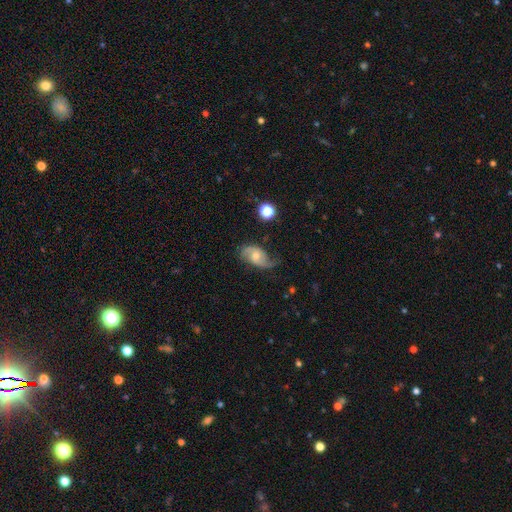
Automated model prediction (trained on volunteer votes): Smooth or featured? Predicted: featured or disk (p=0.77). Edge-on disk? Predicted: no (p=0.96). Bar? Predicted: no (p=0.62). Spiral arms? Predicted: yes (p=0.94). Spiral winding? Predicted: medium (p=0.41). Spiral arm count? Predicted: 2 (p=0.87). Bulge size? Predicted: moderate (p=0.58). Merging? Predicted: none (p=0.68).